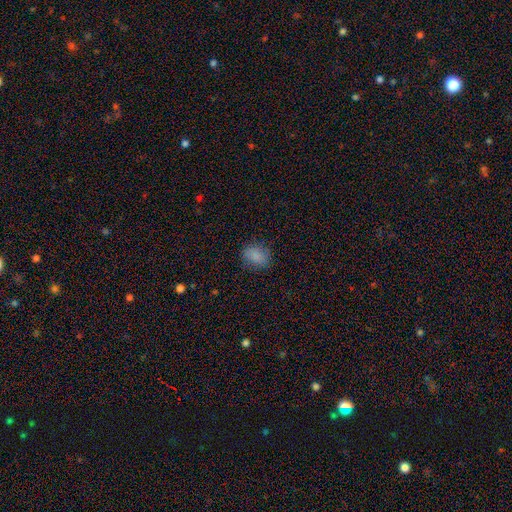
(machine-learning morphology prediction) The model was most divided on "how rounded": in between: 62%, round: 37%, cigar-shaped: 1%. More confident: smooth or featured — smooth (85%); merging — none (81%).